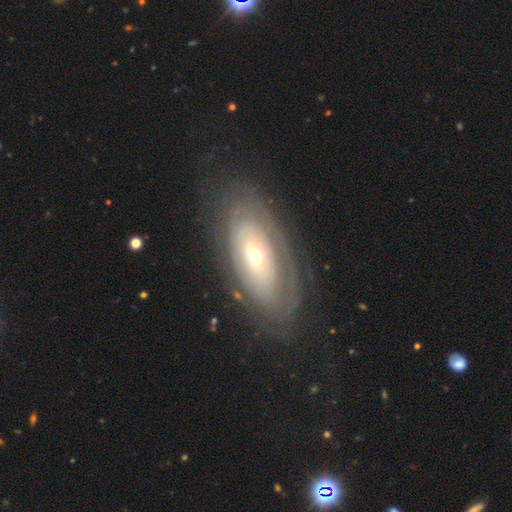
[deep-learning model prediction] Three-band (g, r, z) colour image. It shows a featured or disk galaxy (66%) with no bar (83%), no spiral arms (52%) and a moderate central bulge (49%). Merging: none (72%).